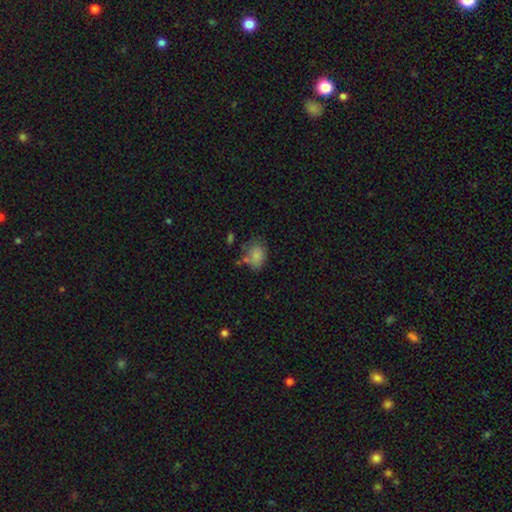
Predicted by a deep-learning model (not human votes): The model was most divided on "how rounded": in between: 57%, round: 42%, cigar-shaped: 1%. More confident: smooth or featured — smooth (80%); merging — none (56%).